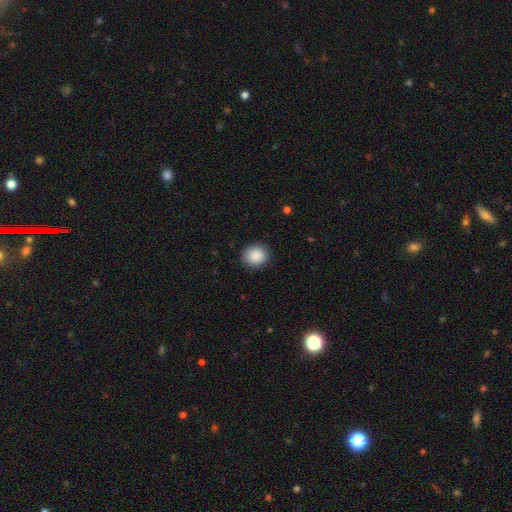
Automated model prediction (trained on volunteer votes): This is clearly a smooth galaxy (88%). How rounded: clearly round (83%). Merging: clearly none (88%).